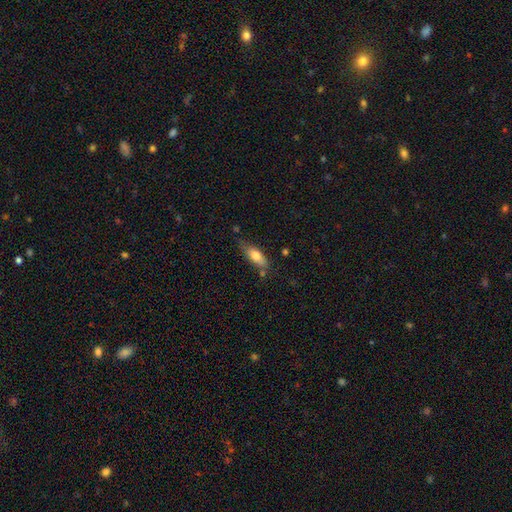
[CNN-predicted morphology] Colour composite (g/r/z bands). It shows a smooth galaxy with no disk features (73%) that is in between round and cigar-shaped (69%). Merging: none (61%).